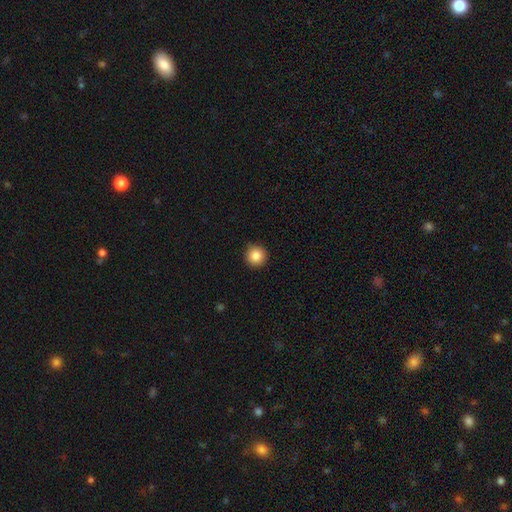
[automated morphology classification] Smooth or featured? Predicted: smooth (p=0.86). How rounded? Predicted: round (p=0.95). Merging? Predicted: none (p=0.91).